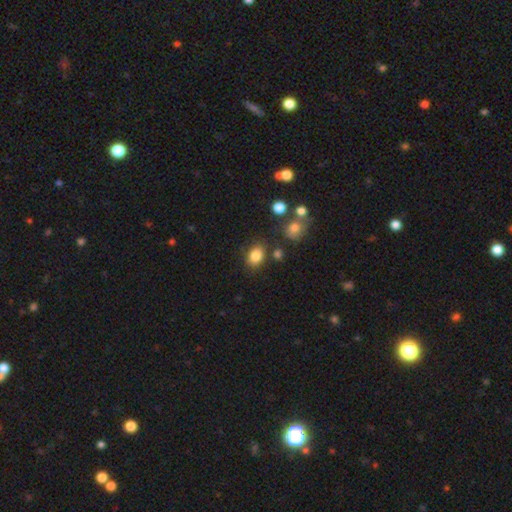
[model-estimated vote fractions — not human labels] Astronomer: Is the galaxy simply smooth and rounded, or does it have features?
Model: smooth — 84%.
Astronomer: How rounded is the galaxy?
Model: in between — 64%.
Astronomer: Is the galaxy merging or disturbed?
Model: none — 77%.